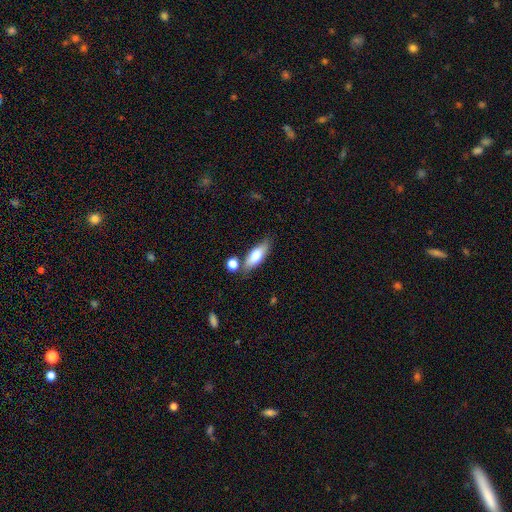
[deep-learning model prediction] The model was most divided on "how rounded": in between: 66%, cigar-shaped: 31%, round: 3%. More confident: merging — none (68%); smooth or featured — smooth (67%).